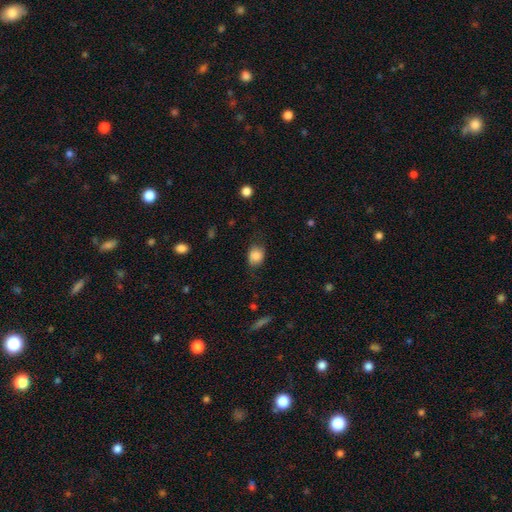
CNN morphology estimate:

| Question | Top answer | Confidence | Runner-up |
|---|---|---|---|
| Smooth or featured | smooth | 85% | star or artifact (8%) |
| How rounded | round | 51% | in between (48%) |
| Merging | none | 72% | minor disturbance (21%) |